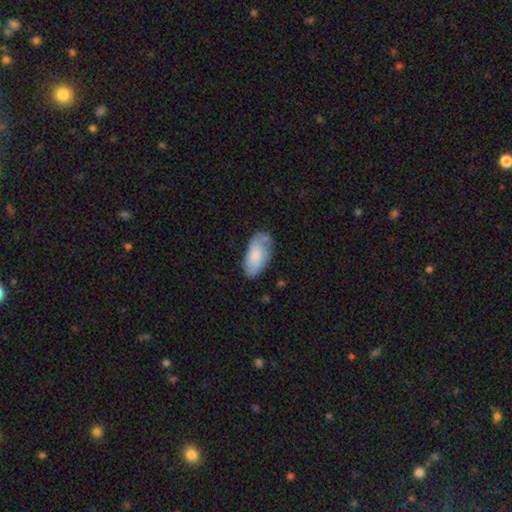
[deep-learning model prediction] smooth_or_featured: smooth (p=0.69) [alt: featured or disk p=0.25]
how_rounded: in between (p=0.92) [alt: cigar-shaped p=0.06]
merging: none (p=0.61) [alt: minor disturbance p=0.28]